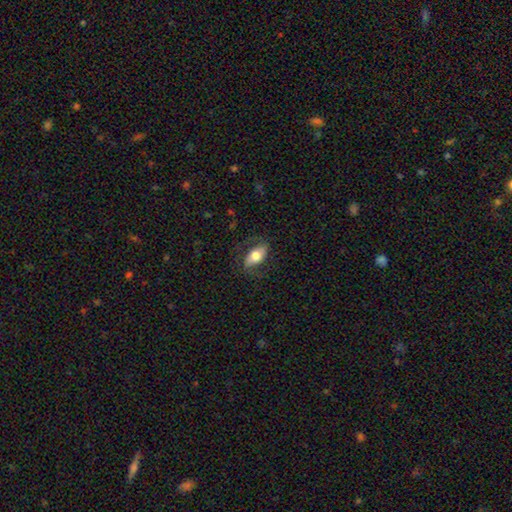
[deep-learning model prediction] Smooth or featured?
  - smooth: 60% *
  - featured or disk: 34%
  - star or artifact: 6%
How rounded?
  - in between: 90% *
  - round: 5%
  - cigar-shaped: 5%
Merging?
  - none: 71% *
  - minor disturbance: 18%
  - major disturbance: 10%
  - merger: 1%